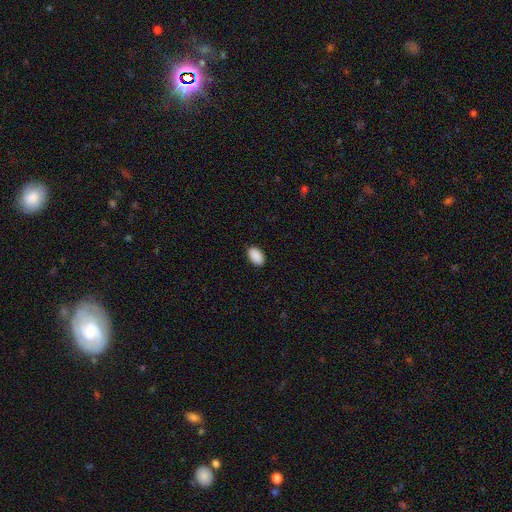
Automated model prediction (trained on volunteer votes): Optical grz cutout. It shows a smooth galaxy with no disk features (91%) that is in between round and cigar-shaped (92%). Merging: none (88%).